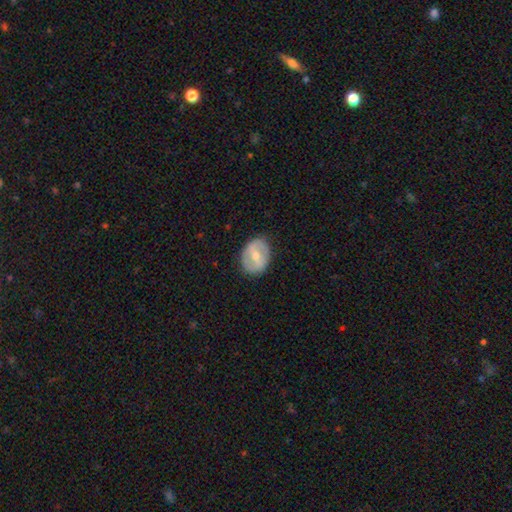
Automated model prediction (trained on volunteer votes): The model was most divided on "bar": strong: 41%, weak: 39%, no: 20%. More confident: edge-on disk — no (94%); merging — none (83%); spiral arms — no (72%); bulge size — moderate (65%); smooth or featured — featured or disk (56%).